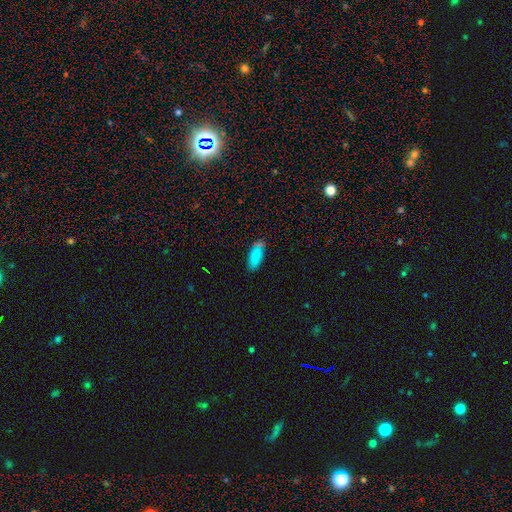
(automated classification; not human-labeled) Smooth or featured: smooth — 84% (star or artifact — 9%)
How rounded: in between — 82% (cigar-shaped — 15%)
Merging: none — 67% (minor disturbance — 19%)